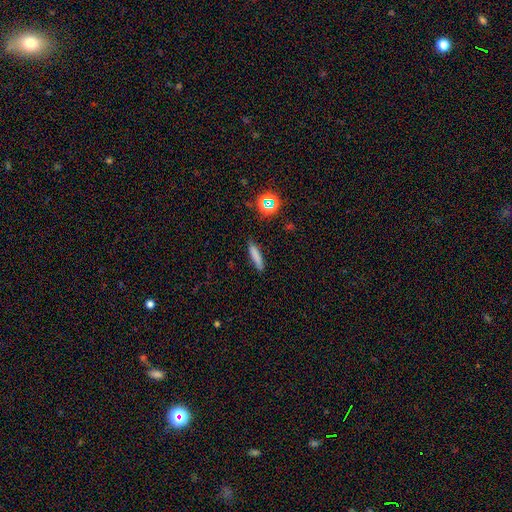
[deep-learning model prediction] Smooth or featured: smooth — 78% (star or artifact — 11%)
How rounded: cigar-shaped — 83% (in between — 15%)
Merging: none — 83% (minor disturbance — 12%)